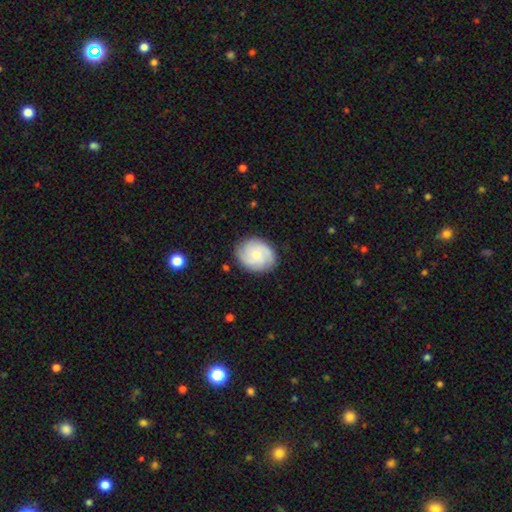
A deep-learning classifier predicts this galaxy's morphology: Smooth or featured? Predicted: featured or disk (p=0.59). Edge-on disk? Predicted: no (p=0.97). Bar? Predicted: no (p=0.75). Spiral arms? Predicted: yes (p=0.91). Spiral winding? Predicted: tight (p=0.51). Spiral arm count? Predicted: 3 (p=0.34). Bulge size? Predicted: small (p=0.55). Merging? Predicted: none (p=0.83).